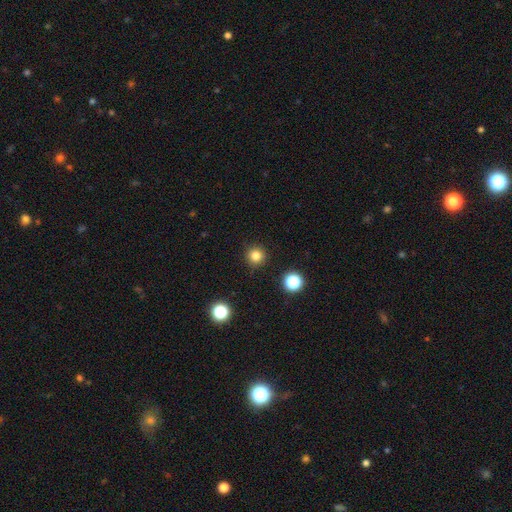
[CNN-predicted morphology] This is clearly a smooth galaxy (81%). How rounded: clearly round (96%). Merging: clearly none (92%).